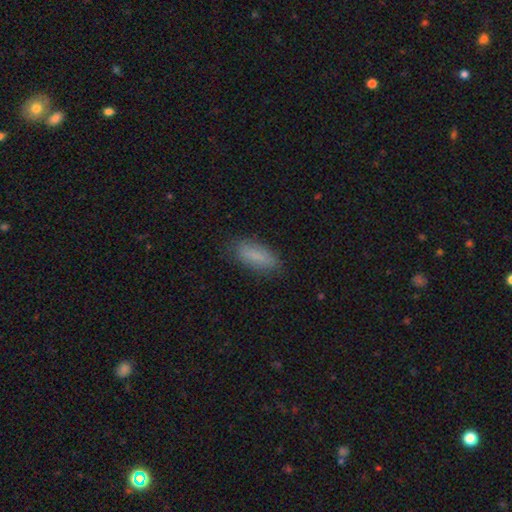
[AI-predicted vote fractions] Q: Smooth or featured?
A: smooth (83%); runner-up: featured or disk (10%)
Q: How rounded?
A: in between (64%); runner-up: cigar-shaped (34%)
Q: Merging?
A: none (81%); runner-up: minor disturbance (14%)